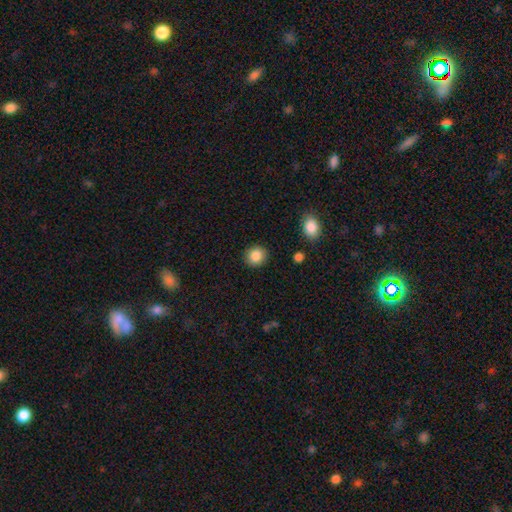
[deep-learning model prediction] Morphology: type=smooth (87%); roundness=round (86%); merging=none (91%).